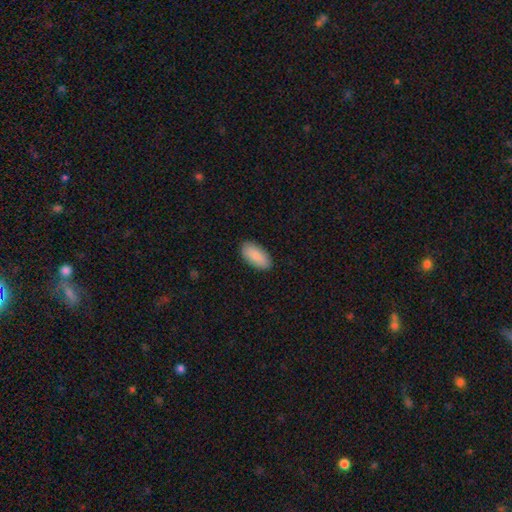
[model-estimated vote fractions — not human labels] This appears to be a smooth galaxy with no disk features (89%) that is in between round and cigar-shaped (94%). Merging: none (89%).